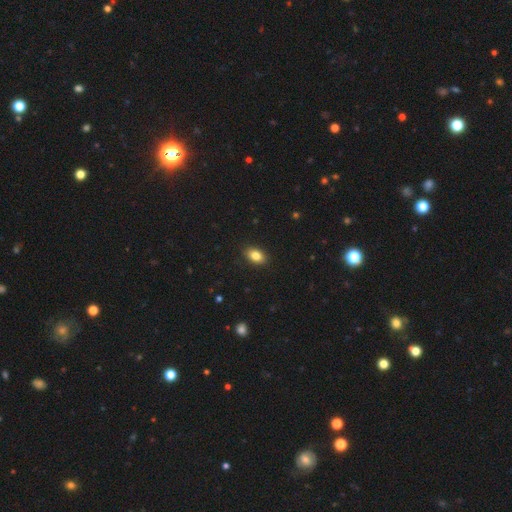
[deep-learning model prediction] This is clearly a smooth galaxy (84%). How rounded: clearly in between (87%). Merging: clearly none (89%).